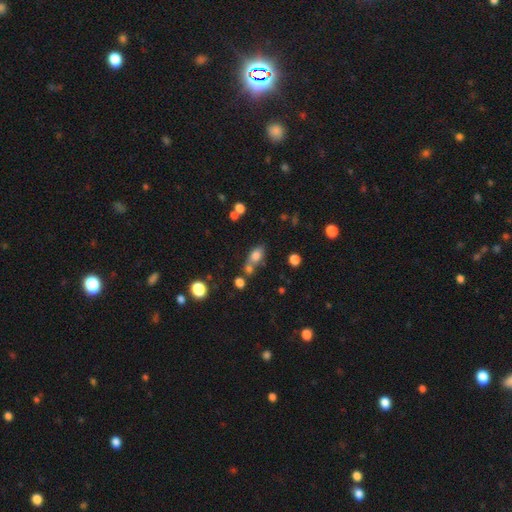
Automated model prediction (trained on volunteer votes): This appears to be a smooth galaxy with no disk features (75%) that is in between round and cigar-shaped (76%). Merging: none (44%).